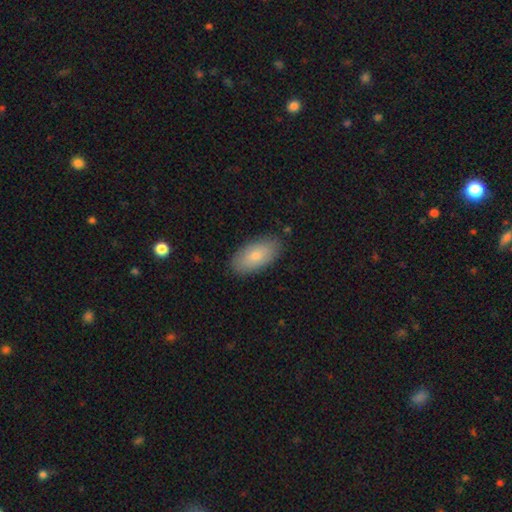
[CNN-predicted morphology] Smooth or featured?
  - smooth: 78% *
  - featured or disk: 16%
  - star or artifact: 6%
How rounded?
  - in between: 94% *
  - cigar-shaped: 4%
  - round: 3%
Merging?
  - none: 85% *
  - minor disturbance: 11%
  - major disturbance: 2%
  - merger: 1%